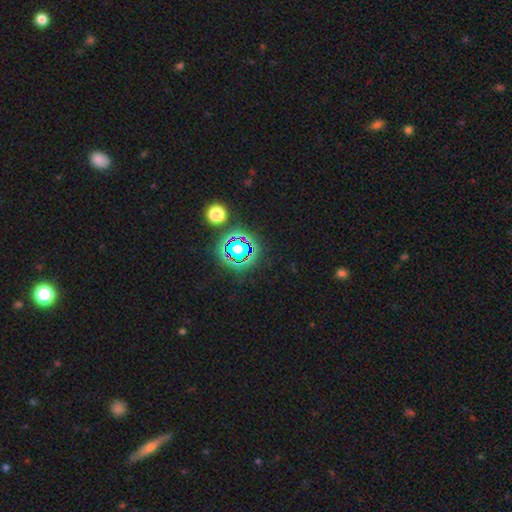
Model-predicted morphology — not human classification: Q: Smooth or featured?
A: star or artifact (79%); runner-up: smooth (13%)